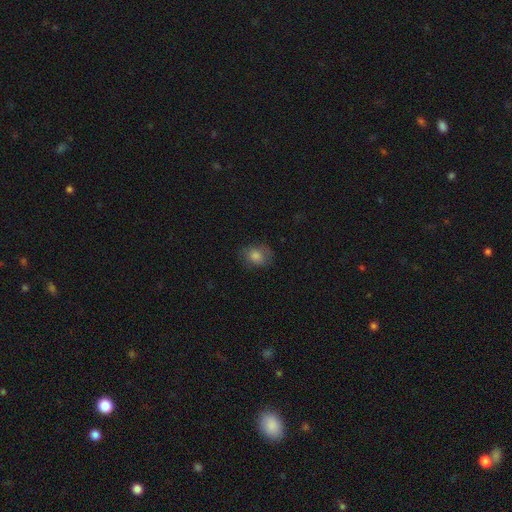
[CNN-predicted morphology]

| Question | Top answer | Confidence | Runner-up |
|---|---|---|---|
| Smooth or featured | smooth | 75% | featured or disk (13%) |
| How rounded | round | 50% | in between (49%) |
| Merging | none | 74% | minor disturbance (19%) |